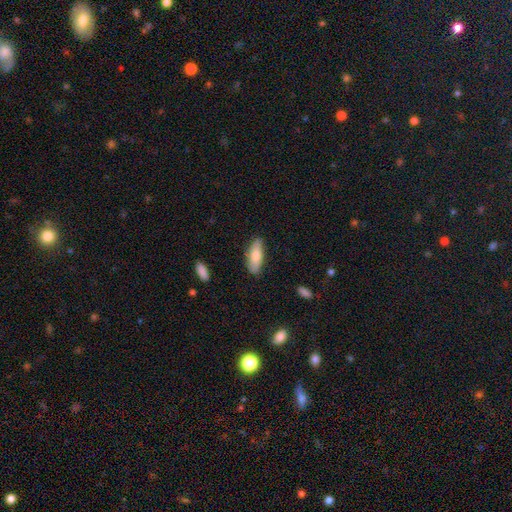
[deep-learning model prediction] Smooth or featured: smooth — 75% (featured or disk — 19%)
How rounded: in between — 67% (cigar-shaped — 31%)
Merging: none — 81% (minor disturbance — 15%)